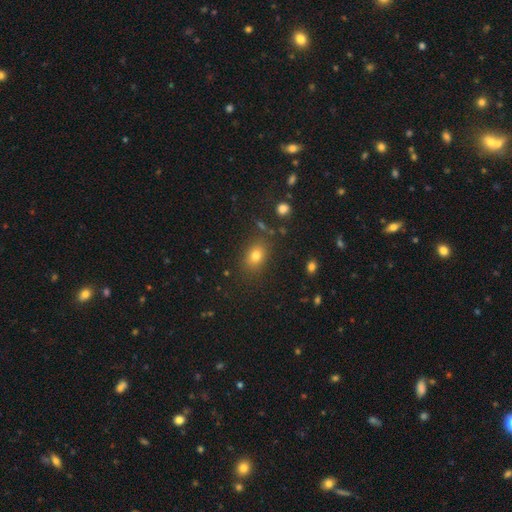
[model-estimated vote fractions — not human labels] This is likely a smooth galaxy (75%). How rounded: likely in between (68%). Merging: clearly none (82%).